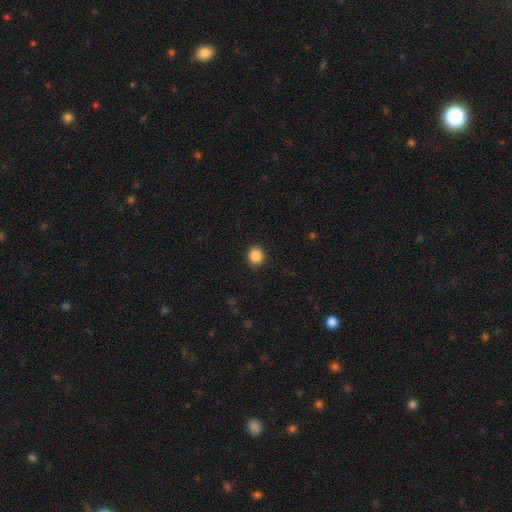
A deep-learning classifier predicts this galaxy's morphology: The model was most divided on "smooth or featured": smooth: 87%, star or artifact: 10%, featured or disk: 3%. More confident: merging — none (92%); how rounded — round (90%).